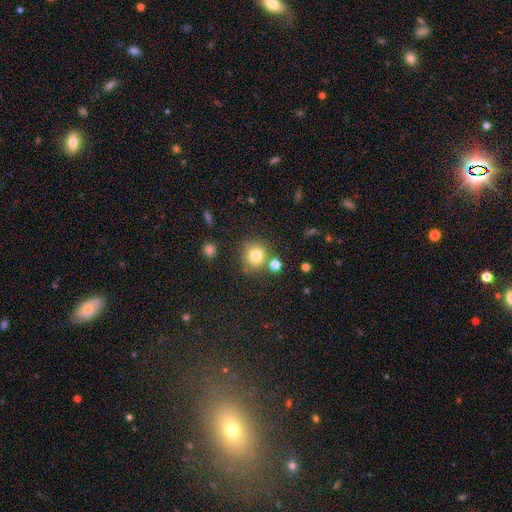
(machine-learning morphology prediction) Q: Smooth or featured?
A: smooth (78%); runner-up: star or artifact (13%)
Q: How rounded?
A: round (91%); runner-up: in between (8%)
Q: Merging?
A: none (75%); runner-up: merger (12%)